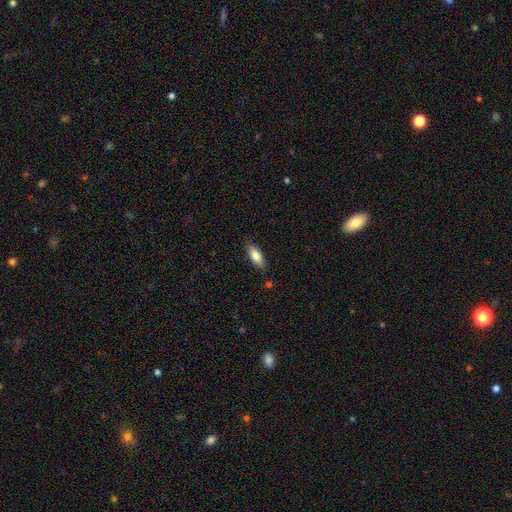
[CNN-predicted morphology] A smooth galaxy with no disk features (80%) that is in between round and cigar-shaped (72%).

Vote fractions:
- Smooth or featured? smooth: 80% / featured or disk: 13% / star or artifact: 7%
- How rounded? in between: 72% / cigar-shaped: 26% / round: 2%
- Merging? none: 83% / minor disturbance: 12% / major disturbance: 2% / merger: 2%